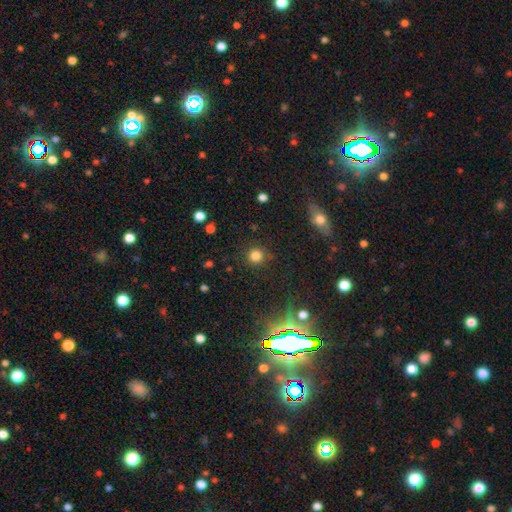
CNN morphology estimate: Smooth or featured? smooth (79%)
How rounded? round (93%)
Merging? none (87%)